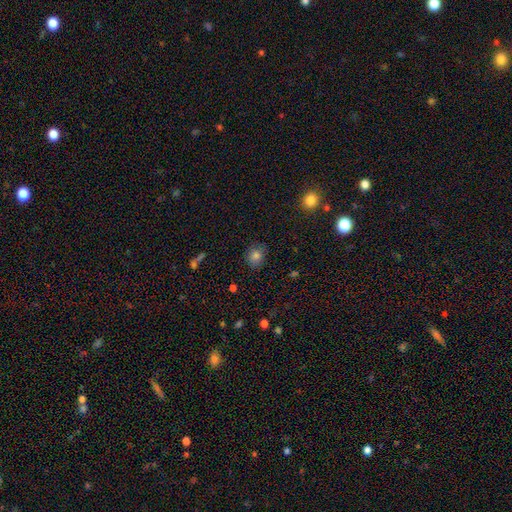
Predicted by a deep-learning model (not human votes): Morphology: type=smooth (81%); roundness=round (75%); merging=none (83%).